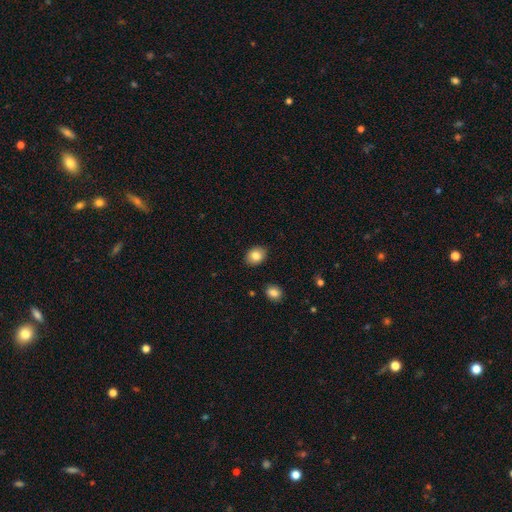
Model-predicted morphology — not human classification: Smooth or featured? smooth (84%)
How rounded? in between (59%)
Merging? none (88%)